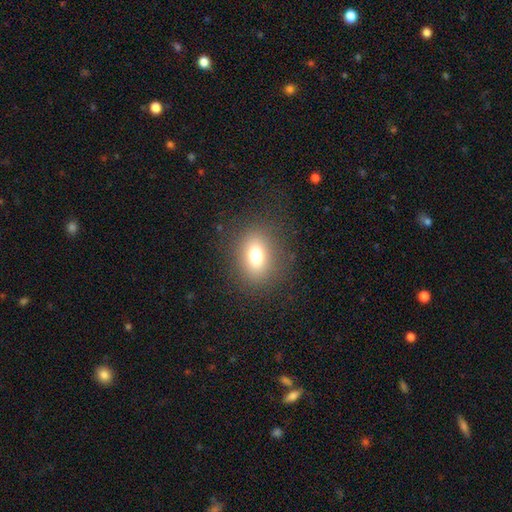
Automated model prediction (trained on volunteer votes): Smooth or featured?
  - smooth: 75% *
  - star or artifact: 13%
  - featured or disk: 12%
How rounded?
  - in between: 62% *
  - round: 36%
  - cigar-shaped: 2%
Merging?
  - none: 84% *
  - minor disturbance: 9%
  - major disturbance: 6%
  - merger: 1%